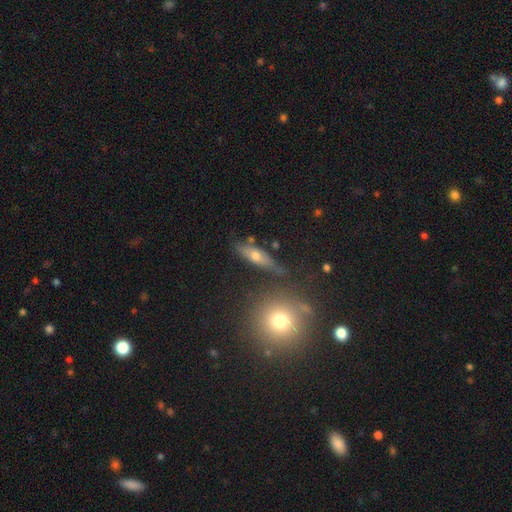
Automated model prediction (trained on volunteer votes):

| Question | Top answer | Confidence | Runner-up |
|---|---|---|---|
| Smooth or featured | smooth | 50% | featured or disk (38%) |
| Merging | none | 74% | minor disturbance (15%) |